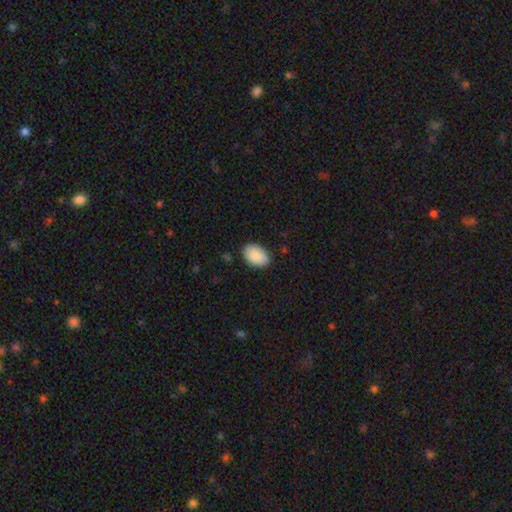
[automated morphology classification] smooth_or_featured: smooth (p=0.89) [alt: star or artifact p=0.06]
how_rounded: in between (p=0.87) [alt: round p=0.12]
merging: none (p=0.85) [alt: minor disturbance p=0.12]